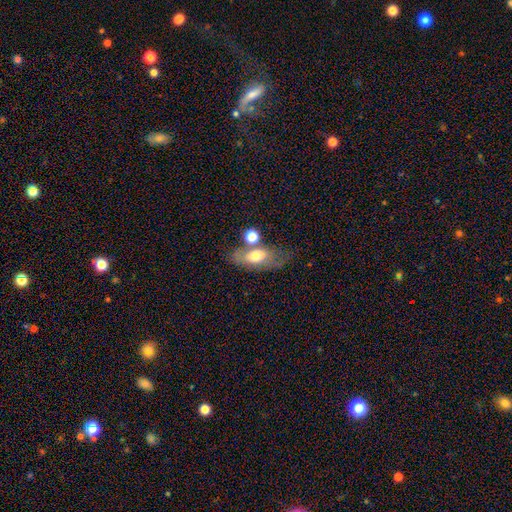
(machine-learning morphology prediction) Overall: smooth (56%; featured or disk 35%). How rounded: in between (77%). Merging: none (42%; merger 26%).